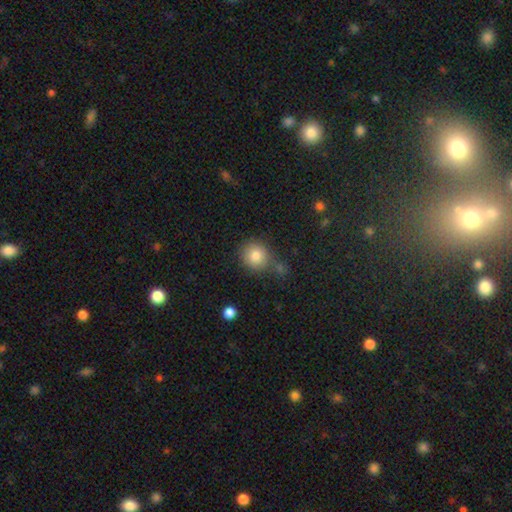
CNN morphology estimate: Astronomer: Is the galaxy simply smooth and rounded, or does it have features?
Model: smooth — 83%.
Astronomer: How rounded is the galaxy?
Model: round — 89%.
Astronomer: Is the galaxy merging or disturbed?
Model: none — 69%.